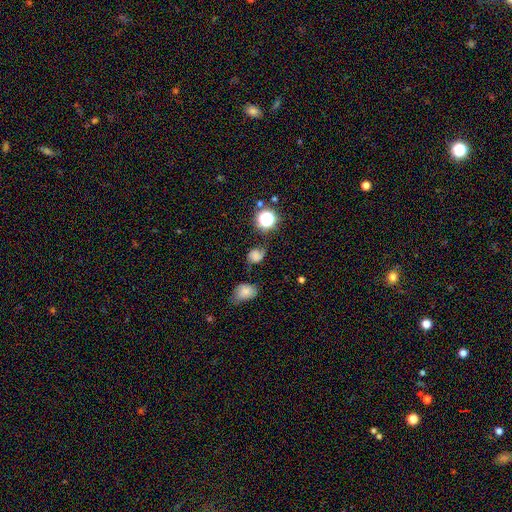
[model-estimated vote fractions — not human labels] Smooth or featured?
  - smooth: 56% *
  - featured or disk: 23%
  - star or artifact: 21%
How rounded?
  - round: 60% *
  - in between: 39%
  - cigar-shaped: 1%
Merging?
  - none: 60% *
  - minor disturbance: 24%
  - major disturbance: 11%
  - merger: 5%